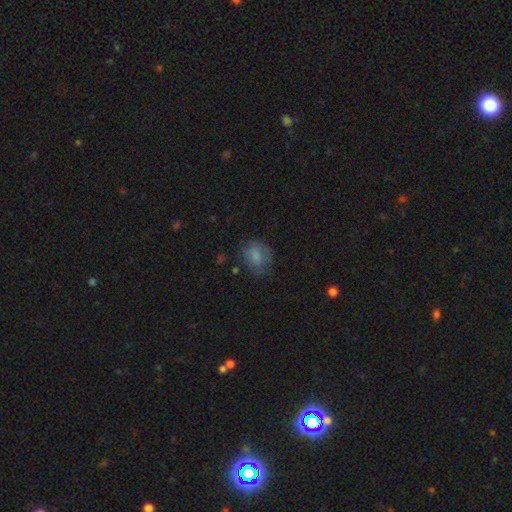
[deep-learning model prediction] This appears to be a smooth galaxy with no disk features (74%) that is round (55%). Merging: none (62%).